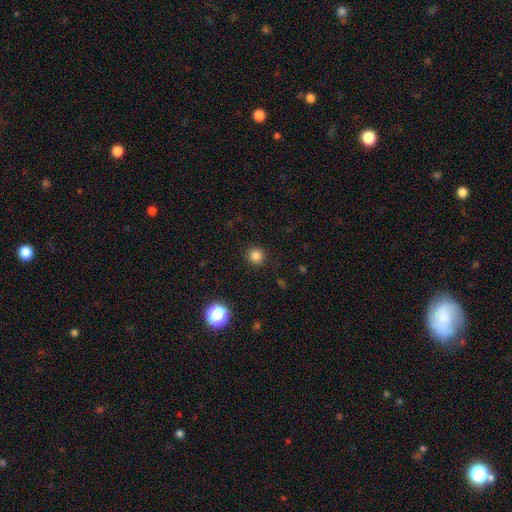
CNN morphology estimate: The model was most divided on "smooth or featured": smooth: 82%, star or artifact: 14%, featured or disk: 4%. More confident: how rounded — round (94%); merging — none (91%).